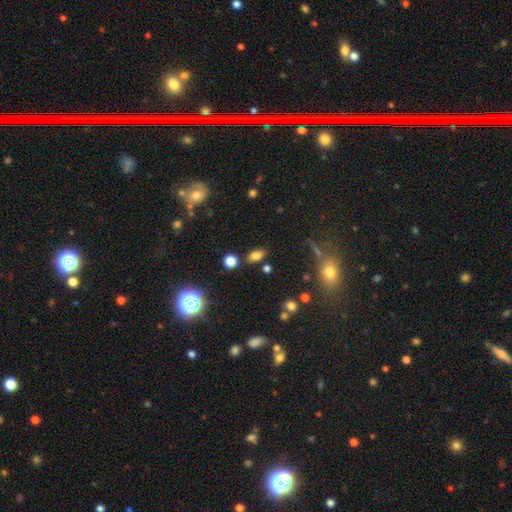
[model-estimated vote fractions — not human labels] Morphology: type=smooth (77%); roundness=in between (86%); merging=none (80%).